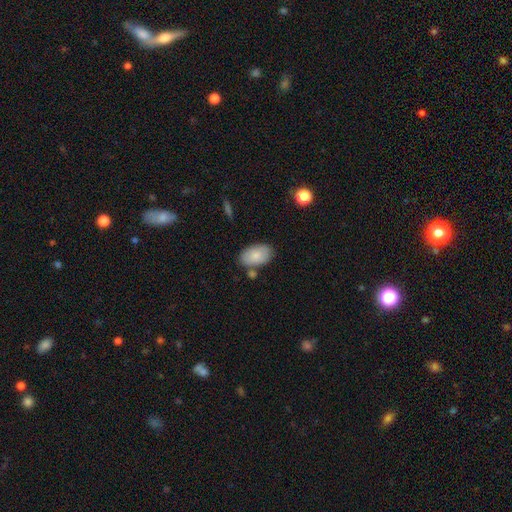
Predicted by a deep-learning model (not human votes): Overall: smooth (82%). How rounded: in between (93%). Merging: none (74%).